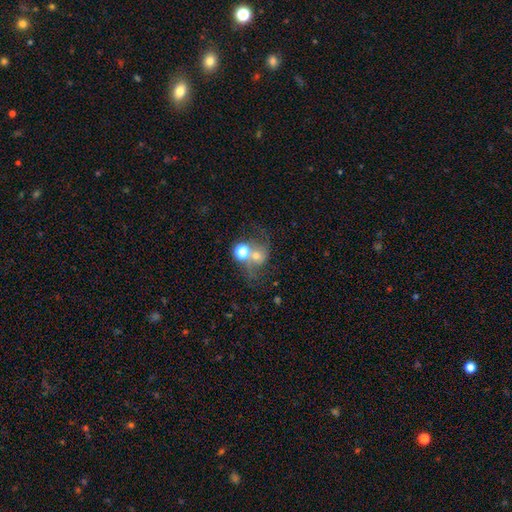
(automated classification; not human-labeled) Overall: featured or disk (49%; smooth 31%). Merging: none (39%; merger 33%).